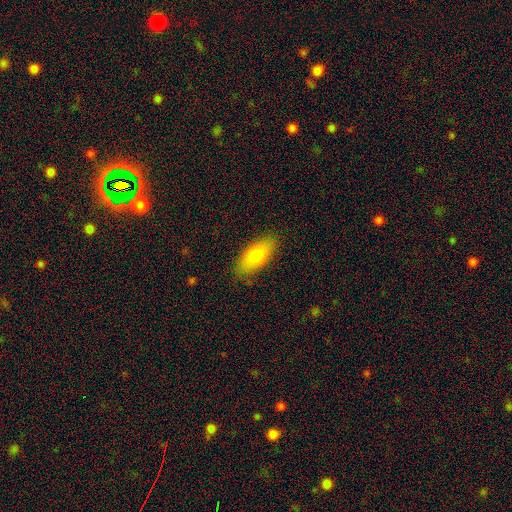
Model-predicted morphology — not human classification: This is likely a smooth galaxy (78%). How rounded: clearly in between (87%). Merging: clearly none (83%).